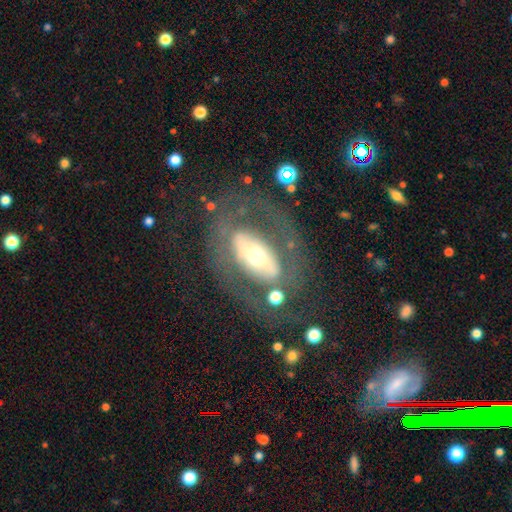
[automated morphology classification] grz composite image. It shows a featured or disk galaxy (69%) with no bar (50%), no spiral arms (59%) and a moderate central bulge (54%). Merging: none (65%).